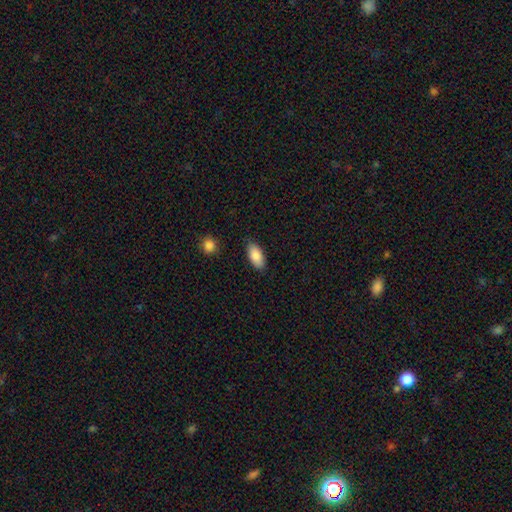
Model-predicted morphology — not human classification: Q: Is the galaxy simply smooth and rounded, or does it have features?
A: smooth — 87%.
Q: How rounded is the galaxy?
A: in between — 92%.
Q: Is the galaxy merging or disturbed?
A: none — 87%.